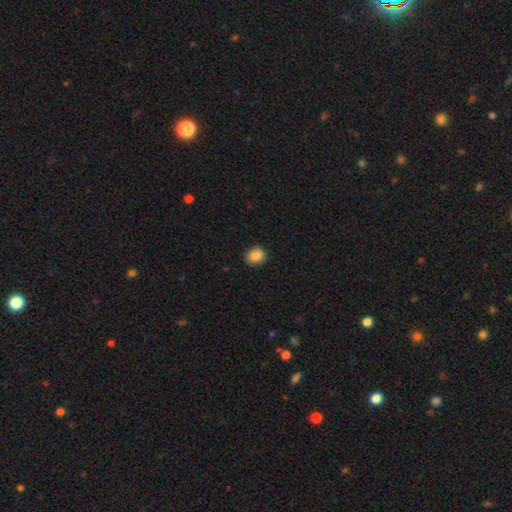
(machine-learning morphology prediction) smooth-or-featured: smooth: 87% | star or artifact: 9% | featured or disk: 4%
  how-rounded: round: 60% | in between: 39% | cigar-shaped: 1%
  merging: none: 89% | minor disturbance: 8% | major disturbance: 2% | merger: 1%